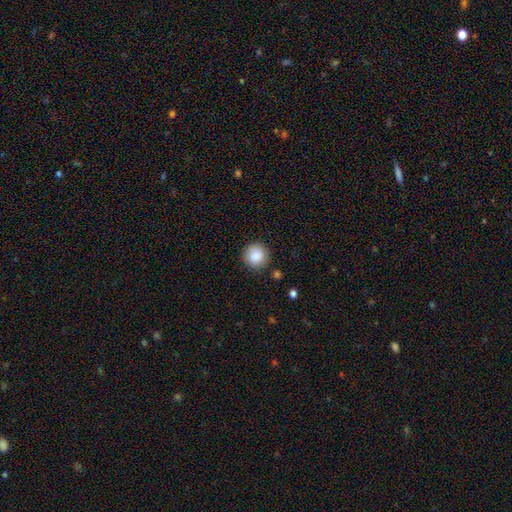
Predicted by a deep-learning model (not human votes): This is clearly a smooth galaxy (87%). How rounded: clearly round (94%). Merging: clearly none (87%).